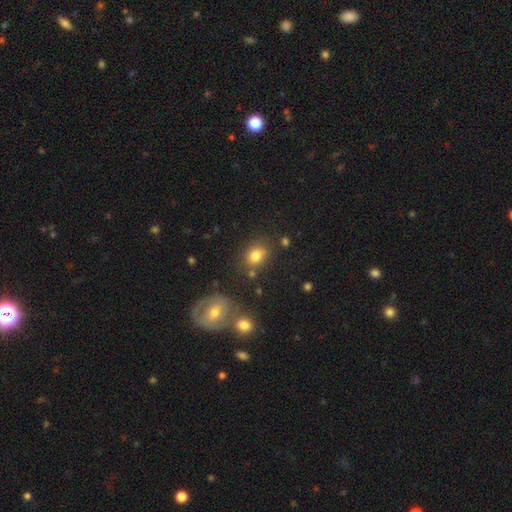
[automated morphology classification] smooth_or_featured: smooth (p=0.80) [alt: star or artifact p=0.11]
how_rounded: in between (p=0.53) [alt: round p=0.46]
merging: none (p=0.72) [alt: minor disturbance p=0.15]